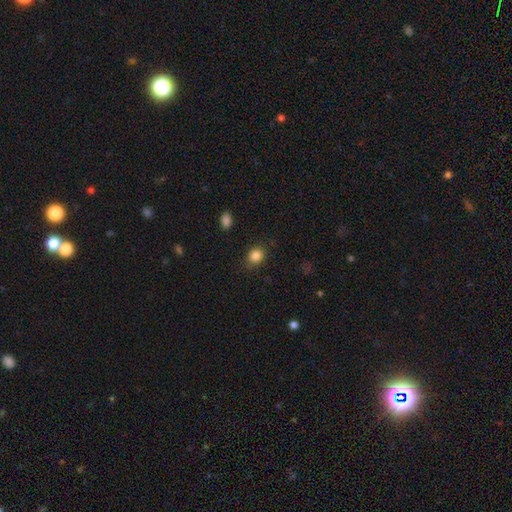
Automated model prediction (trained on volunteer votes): smooth_or_featured: smooth (p=0.85) [alt: star or artifact p=0.10]
how_rounded: round (p=0.58) [alt: in between p=0.41]
merging: none (p=0.81) [alt: minor disturbance p=0.14]